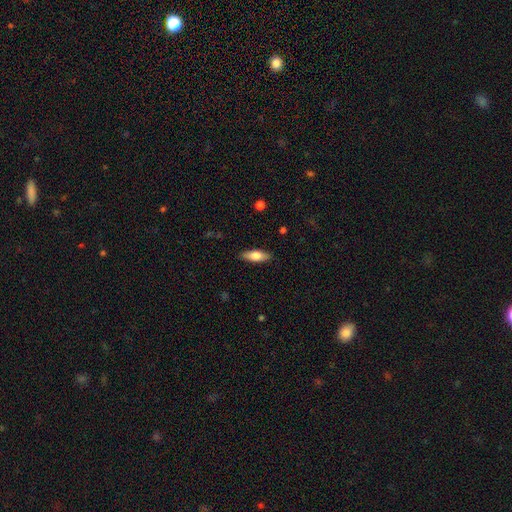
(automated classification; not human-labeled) A smooth galaxy with no disk features (71%) that is in between round and cigar-shaped (65%).

Vote fractions:
- Smooth or featured? smooth: 71% / featured or disk: 23% / star or artifact: 6%
- How rounded? in between: 65% / cigar-shaped: 33% / round: 2%
- Merging? none: 88% / minor disturbance: 9% / major disturbance: 2% / merger: 1%